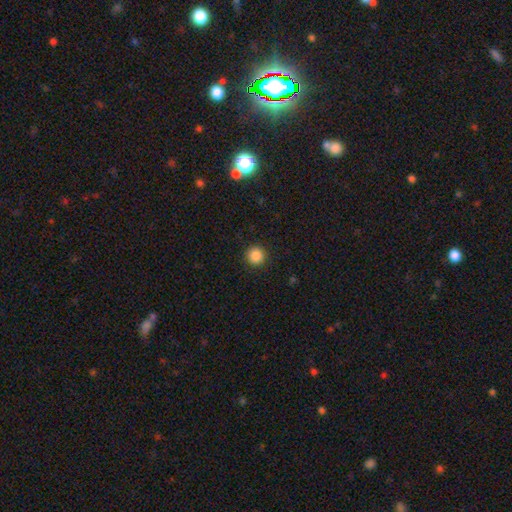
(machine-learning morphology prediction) smooth-or-featured: smooth: 87% | star or artifact: 10% | featured or disk: 3%
  how-rounded: round: 95% | in between: 4% | cigar-shaped: 1%
  merging: none: 92% | minor disturbance: 5% | major disturbance: 2% | merger: 1%